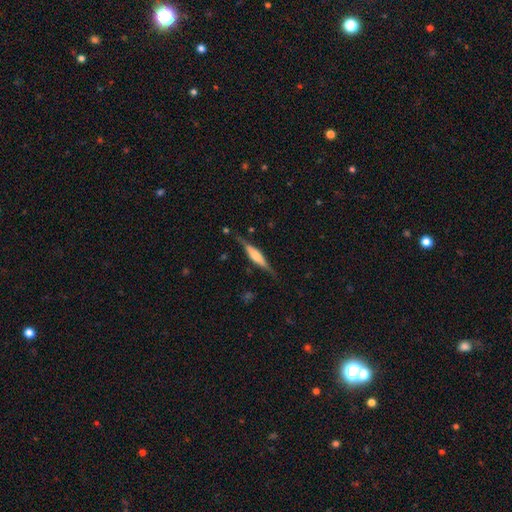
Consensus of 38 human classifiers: Overall: featured or disk (58%; smooth 37%). Edge-on disk: yes (100%). Edge-on bulge: boxy (50%, tied with rounded). Merging: none (81%).